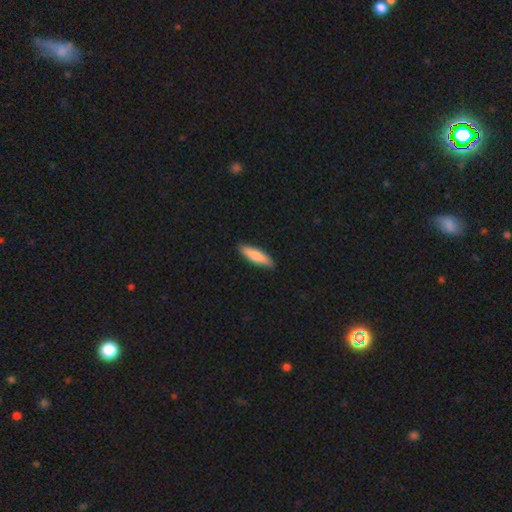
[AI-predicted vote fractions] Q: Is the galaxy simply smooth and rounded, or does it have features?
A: smooth — 78%.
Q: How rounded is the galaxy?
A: cigar-shaped — 66%.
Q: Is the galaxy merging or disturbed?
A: none — 88%.